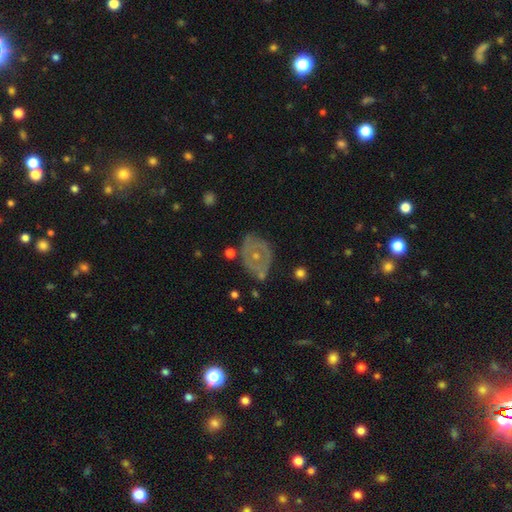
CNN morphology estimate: Smooth or featured?
  - featured or disk: 63% *
  - smooth: 28%
  - star or artifact: 9%
Edge-on disk?
  - no: 95% *
  - yes: 5%
Bar?
  - no: 87% *
  - weak: 10%
  - strong: 3%
Spiral arms?
  - no: 63% *
  - yes: 37%
Bulge size?
  - small: 62% *
  - moderate: 34%
  - none: 2%
  - large: 1%
  - dominant: 1%
Merging?
  - none: 64% *
  - minor disturbance: 23%
  - major disturbance: 9%
  - merger: 4%